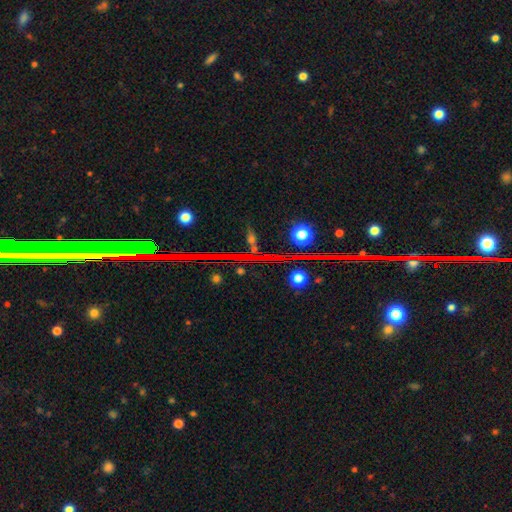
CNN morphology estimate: Q: Smooth or featured?
A: star or artifact (77%); runner-up: featured or disk (12%)